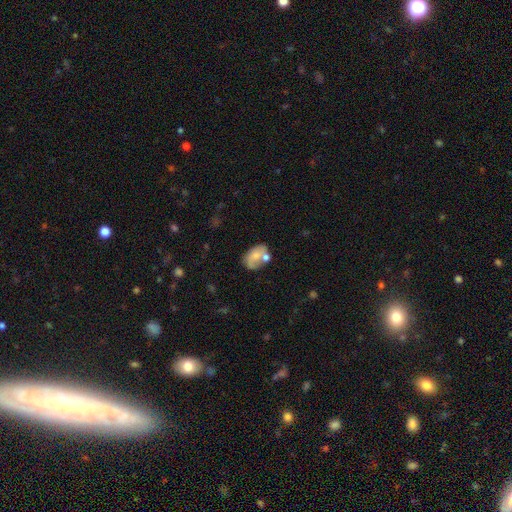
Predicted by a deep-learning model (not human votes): Morphology: type=smooth (62%); roundness=in between (83%); merging=none (42%).